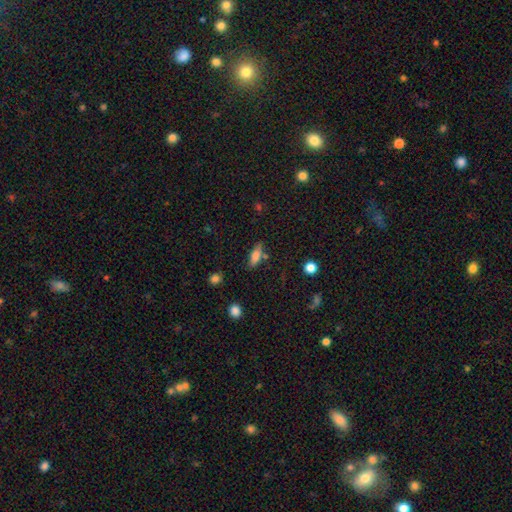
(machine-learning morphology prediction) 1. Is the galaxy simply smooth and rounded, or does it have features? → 75% smooth, 16% featured or disk, 9% star or artifact.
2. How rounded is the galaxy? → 63% in between, 34% cigar-shaped, 3% round.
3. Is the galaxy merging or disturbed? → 71% none, 17% minor disturbance, 7% merger, 5% major disturbance.